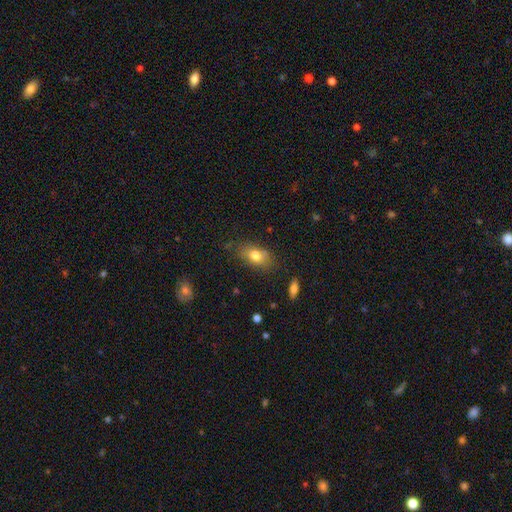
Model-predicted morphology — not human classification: Smooth or featured? Predicted: smooth (p=0.78). How rounded? Predicted: in between (p=0.83). Merging? Predicted: none (p=0.73).